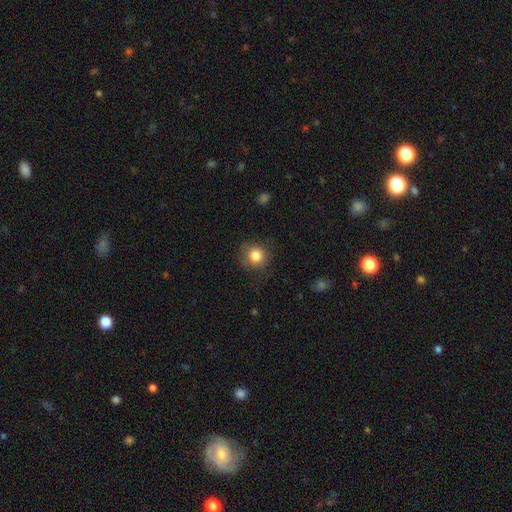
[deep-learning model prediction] smooth 83%, star or artifact 10%, featured or disk 7%. Down the decision tree: how rounded — round (90%); merging — none (83%).